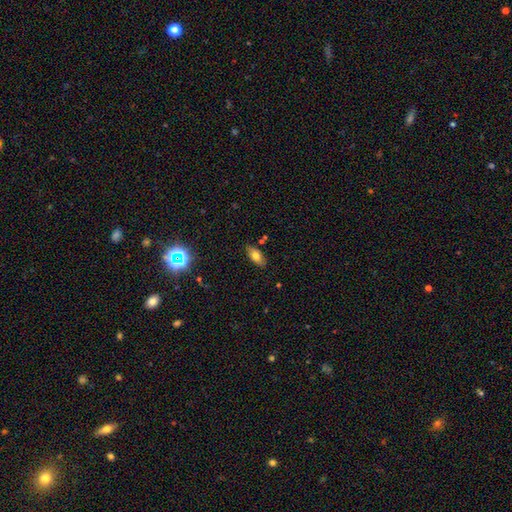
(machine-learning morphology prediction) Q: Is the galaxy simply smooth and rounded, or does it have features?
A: smooth — 73%.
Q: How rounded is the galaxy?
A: in between — 86%.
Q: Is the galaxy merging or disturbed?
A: none — 84%.